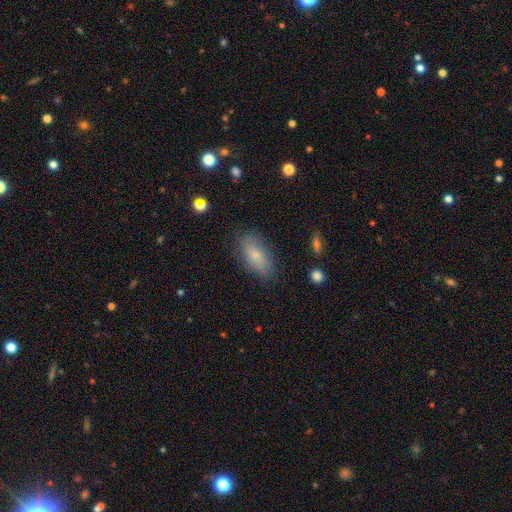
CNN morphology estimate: Overall: smooth (77%). How rounded: in between (88%). Merging: none (79%).